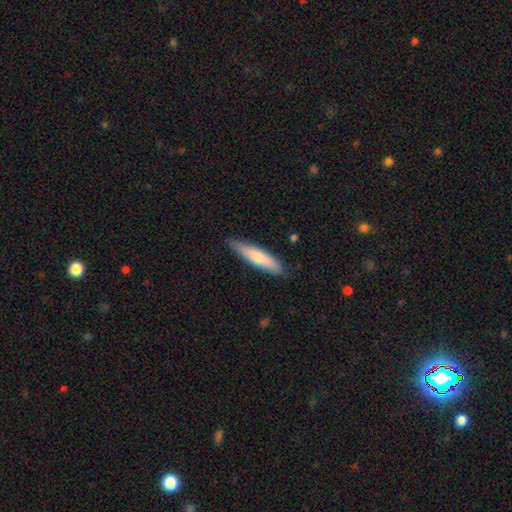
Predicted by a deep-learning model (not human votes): Morphology: type=smooth (65%); roundness=cigar-shaped (86%); merging=none (86%).